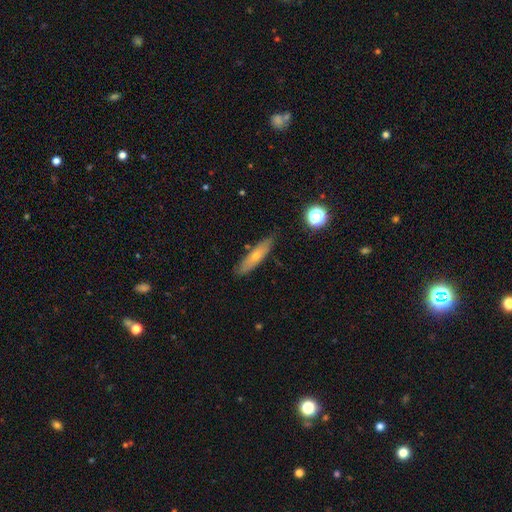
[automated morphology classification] The model was most divided on "smooth or featured": smooth: 55%, featured or disk: 37%, star or artifact: 8%. More confident: merging — none (84%); how rounded — cigar-shaped (77%).